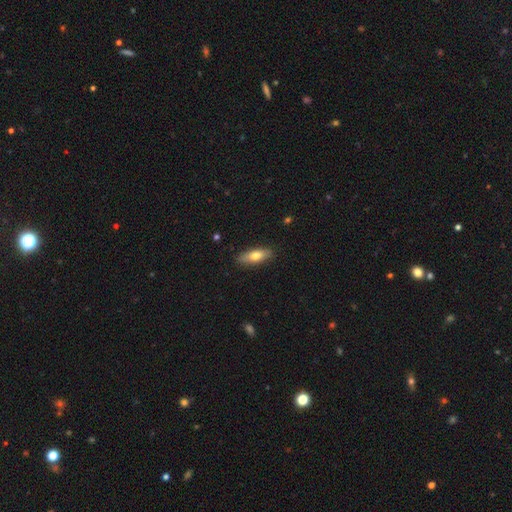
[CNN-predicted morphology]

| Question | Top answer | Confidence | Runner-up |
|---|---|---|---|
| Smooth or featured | smooth | 68% | featured or disk (26%) |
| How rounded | in between | 55% | cigar-shaped (42%) |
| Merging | none | 88% | minor disturbance (10%) |